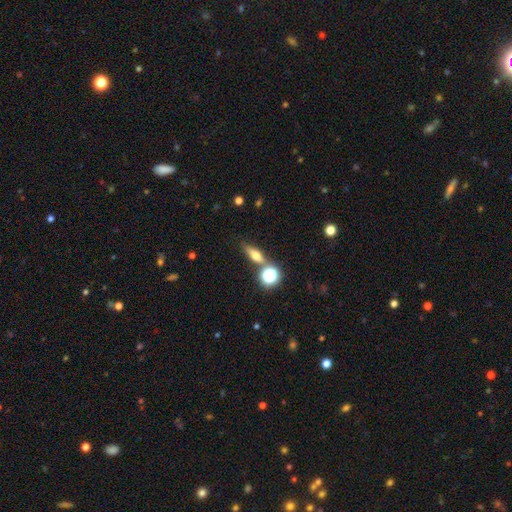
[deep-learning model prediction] Smooth or featured?
  - smooth: 57% *
  - featured or disk: 28%
  - star or artifact: 15%
How rounded?
  - in between: 45% *
  - cigar-shaped: 38%
  - round: 18%
Merging?
  - none: 68% *
  - merger: 15%
  - minor disturbance: 12%
  - major disturbance: 4%